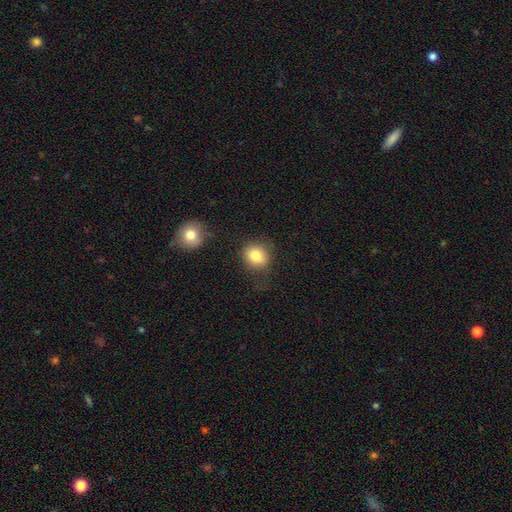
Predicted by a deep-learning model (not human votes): smooth_or_featured: smooth (p=0.82) [alt: star or artifact p=0.10]
how_rounded: round (p=0.74) [alt: in between p=0.25]
merging: none (p=0.74) [alt: minor disturbance p=0.16]